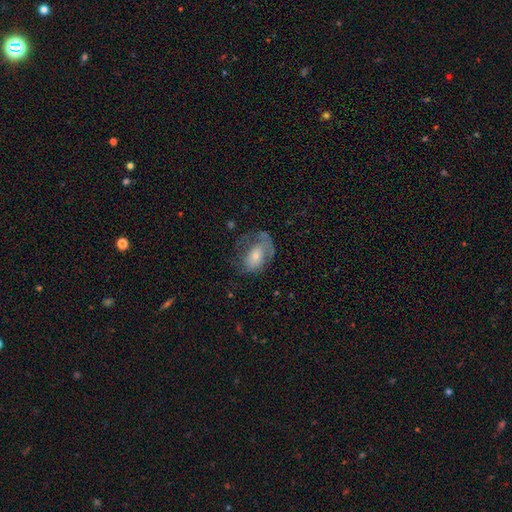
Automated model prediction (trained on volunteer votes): smooth-or-featured: featured or disk: 52% | smooth: 38% | star or artifact: 10%
  disk-edge-on: no: 95% | yes: 5%
  merging: none: 41% | major disturbance: 33% | minor disturbance: 23% | merger: 2%